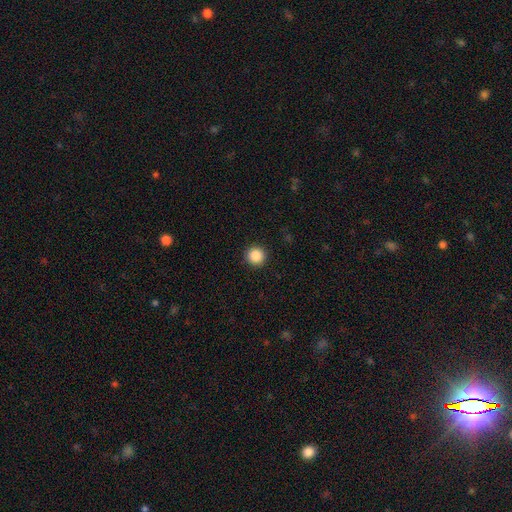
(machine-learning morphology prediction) Smooth or featured? Predicted: smooth (p=0.87). How rounded? Predicted: round (p=0.96). Merging? Predicted: none (p=0.93).